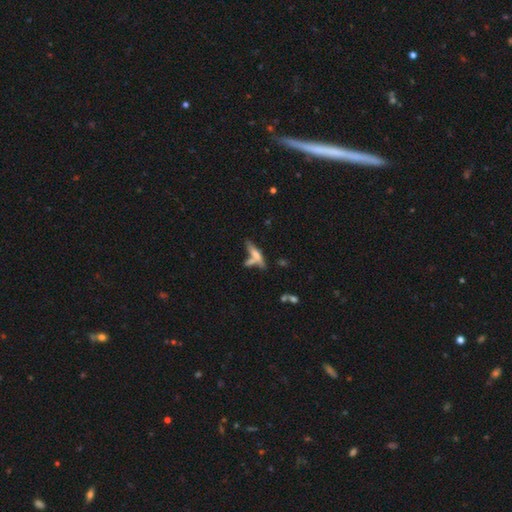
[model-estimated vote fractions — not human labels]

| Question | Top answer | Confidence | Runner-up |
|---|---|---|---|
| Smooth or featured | smooth | 53% | featured or disk (37%) |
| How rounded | cigar-shaped | 78% | in between (20%) |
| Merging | none | 50% | merger (31%) |